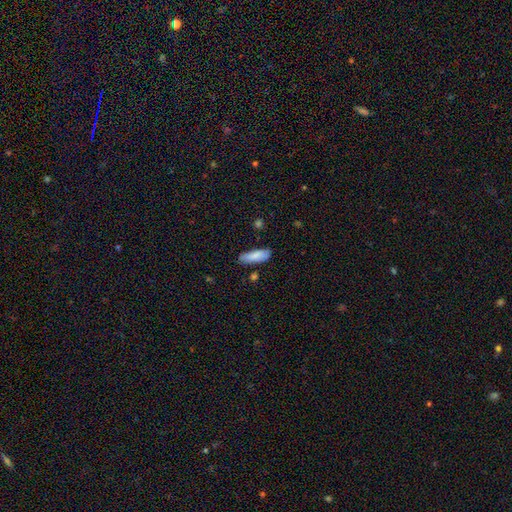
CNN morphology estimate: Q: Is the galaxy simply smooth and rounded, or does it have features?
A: smooth — 83%.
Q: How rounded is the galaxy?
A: in between — 57%.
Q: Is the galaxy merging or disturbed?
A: none — 77%.